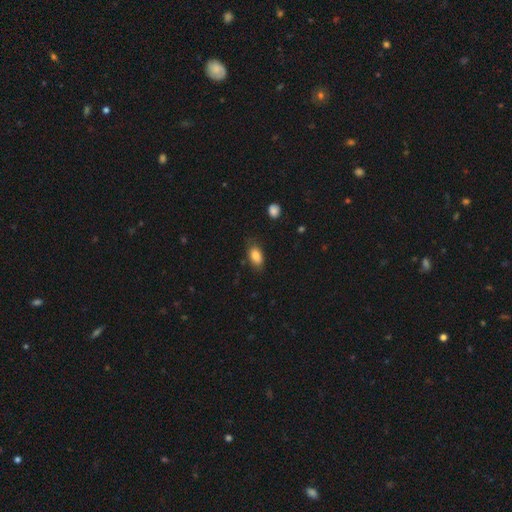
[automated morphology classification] smooth_or_featured: smooth (p=0.84) [alt: star or artifact p=0.08]
how_rounded: in between (p=0.89) [alt: round p=0.07]
merging: none (p=0.77) [alt: minor disturbance p=0.18]